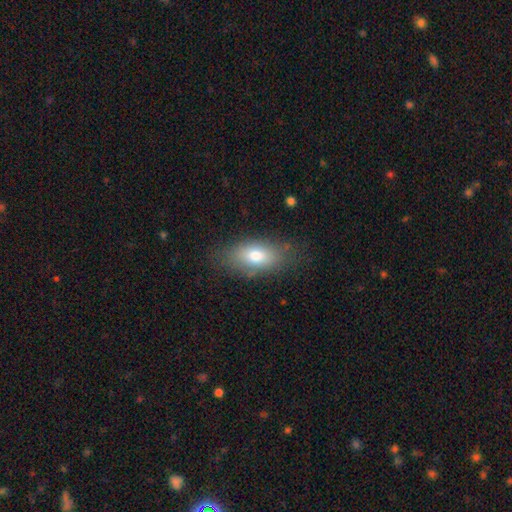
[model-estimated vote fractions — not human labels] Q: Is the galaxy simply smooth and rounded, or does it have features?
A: smooth — 75%.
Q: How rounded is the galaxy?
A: in between — 87%.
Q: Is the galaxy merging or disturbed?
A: none — 76%.